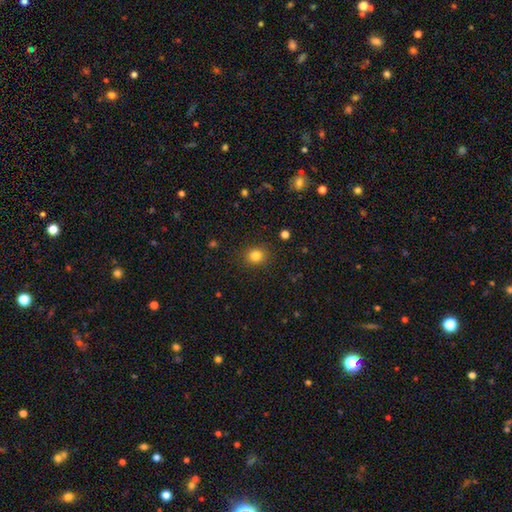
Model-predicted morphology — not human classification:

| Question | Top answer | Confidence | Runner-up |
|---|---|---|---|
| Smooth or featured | smooth | 83% | star or artifact (12%) |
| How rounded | round | 76% | in between (23%) |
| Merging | none | 89% | minor disturbance (8%) |